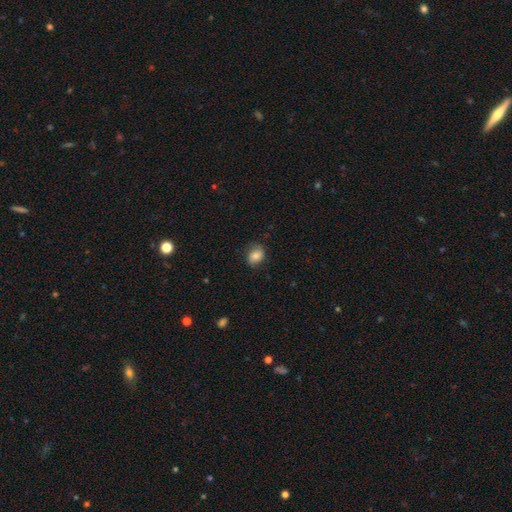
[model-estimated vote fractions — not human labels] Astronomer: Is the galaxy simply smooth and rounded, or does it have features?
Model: smooth — 75%.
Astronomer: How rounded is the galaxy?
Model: in between — 56% (runner-up: round, 43%).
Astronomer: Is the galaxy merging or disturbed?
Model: none — 72%.